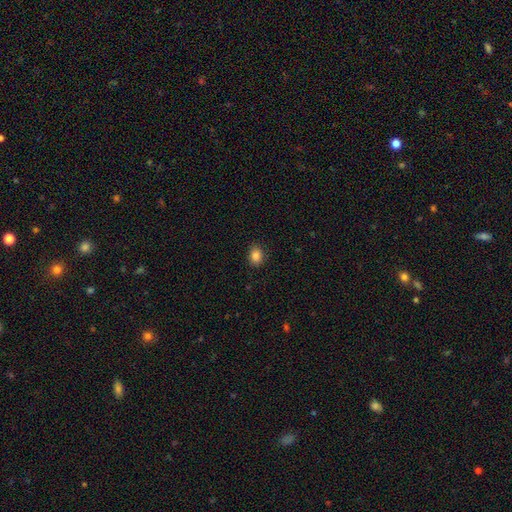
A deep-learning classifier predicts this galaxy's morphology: The model was most divided on "how rounded": in between: 53%, round: 46%, cigar-shaped: 1%. More confident: merging — none (88%); smooth or featured — smooth (86%).